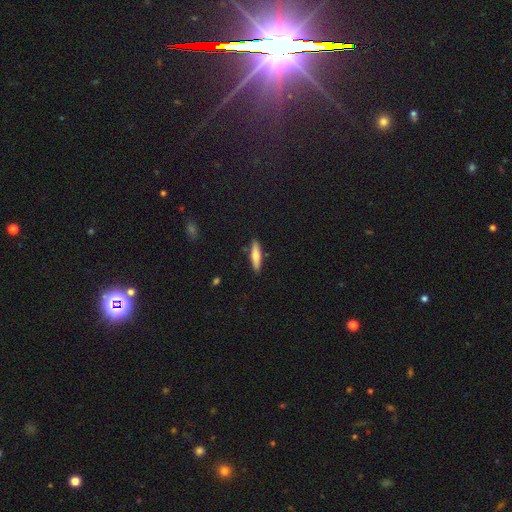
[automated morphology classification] Smooth or featured?
  - smooth: 66% *
  - featured or disk: 28%
  - star or artifact: 6%
How rounded?
  - cigar-shaped: 77% *
  - in between: 21%
  - round: 2%
Merging?
  - none: 88% *
  - minor disturbance: 9%
  - merger: 2%
  - major disturbance: 2%